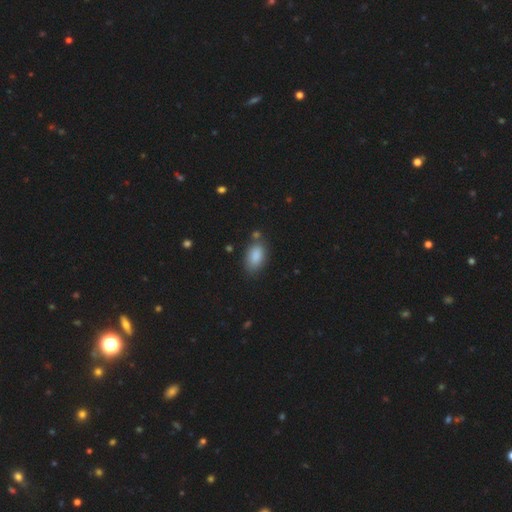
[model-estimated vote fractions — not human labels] The model was most divided on "merging": none: 74%, minor disturbance: 16%, merger: 6%, major disturbance: 4%. More confident: how rounded — in between (92%); smooth or featured — smooth (87%).